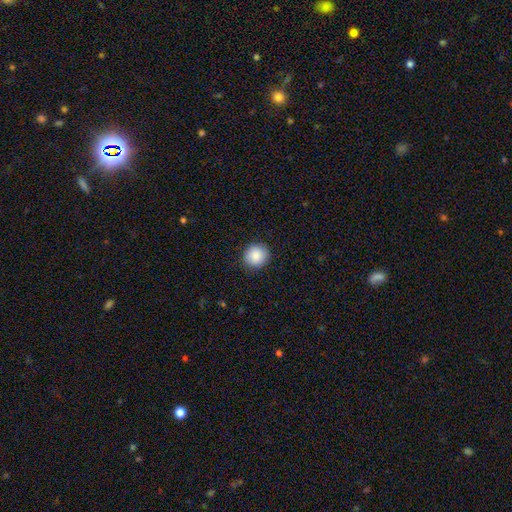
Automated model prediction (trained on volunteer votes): smooth_or_featured: smooth (p=0.88) [alt: star or artifact p=0.08]
how_rounded: round (p=0.89) [alt: in between p=0.10]
merging: none (p=0.89) [alt: minor disturbance p=0.08]